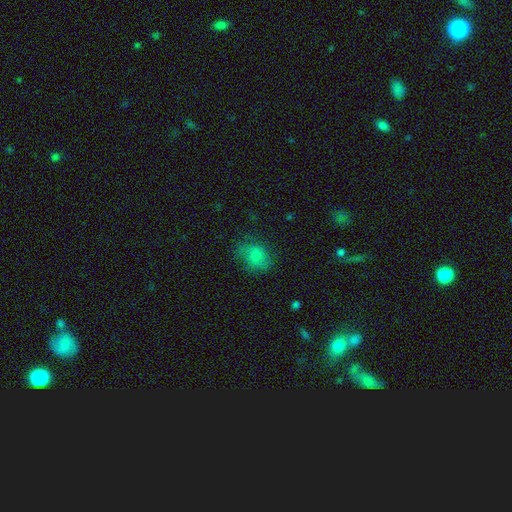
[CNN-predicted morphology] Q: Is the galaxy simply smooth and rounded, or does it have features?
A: smooth — 75%.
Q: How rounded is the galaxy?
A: in between — 56%.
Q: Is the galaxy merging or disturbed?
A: none — 61%.